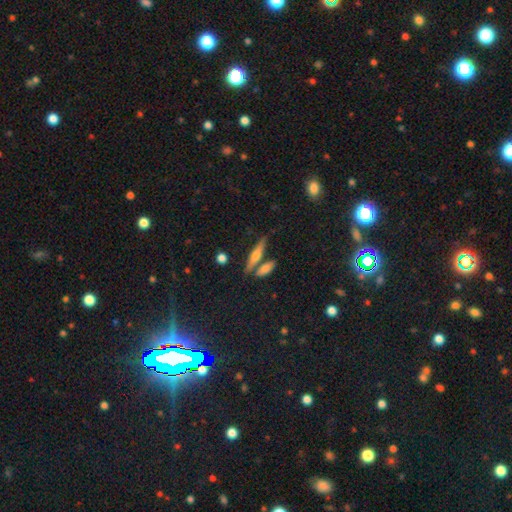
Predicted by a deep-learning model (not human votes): smooth 49%, featured or disk 42%, star or artifact 9%. Down the decision tree: merging — none (67%).